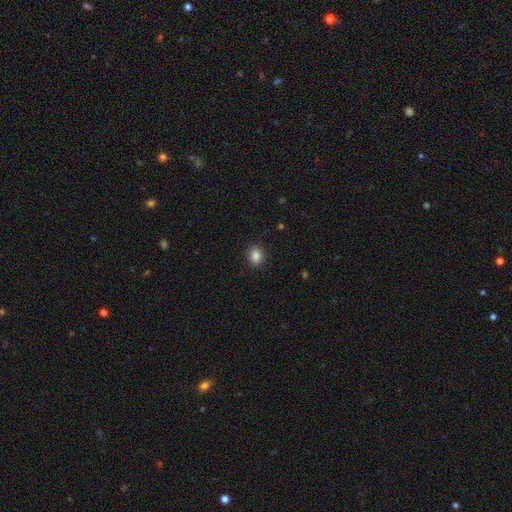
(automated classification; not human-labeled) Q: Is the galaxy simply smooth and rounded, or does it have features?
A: smooth — 86%.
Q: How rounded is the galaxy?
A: round — 65%.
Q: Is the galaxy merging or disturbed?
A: none — 91%.